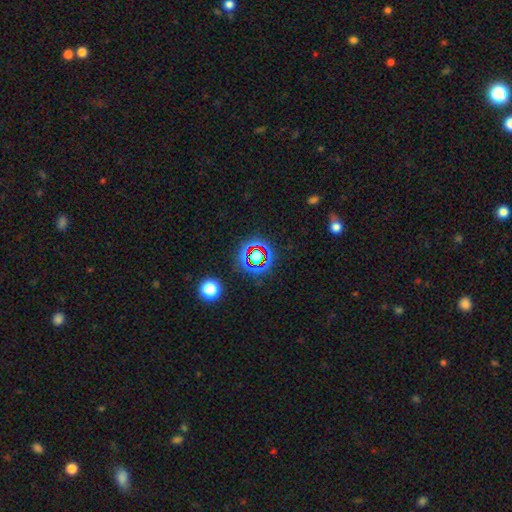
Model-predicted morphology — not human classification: Overall: star or artifact (70%).